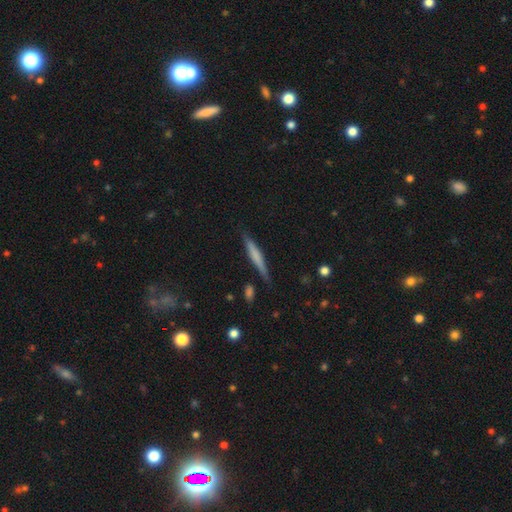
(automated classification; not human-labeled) Morphology: type=smooth (52%); roundness=cigar-shaped (93%); merging=none (84%).